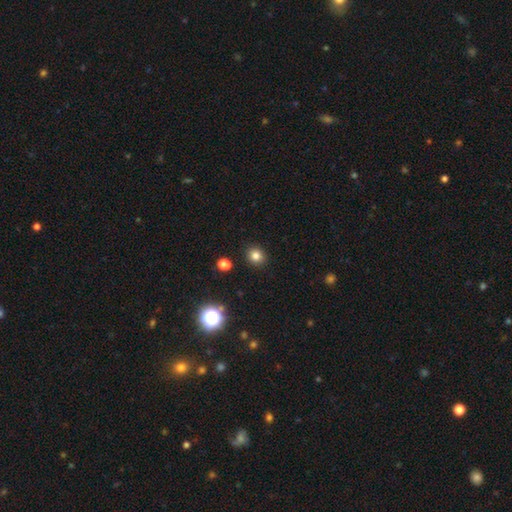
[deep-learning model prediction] Smooth or featured? Predicted: smooth (p=0.81). How rounded? Predicted: round (p=0.84). Merging? Predicted: none (p=0.90).